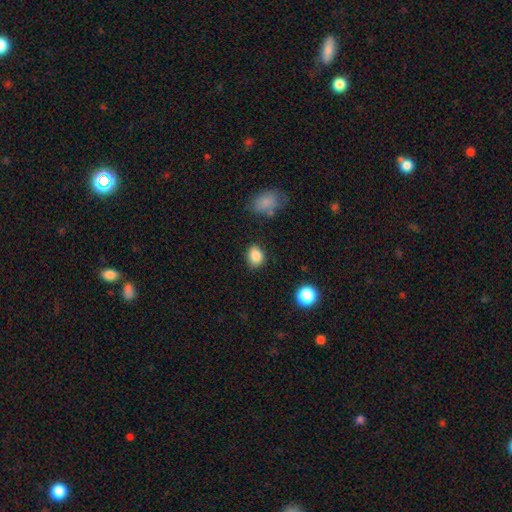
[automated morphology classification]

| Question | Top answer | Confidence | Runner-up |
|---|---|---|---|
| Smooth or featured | smooth | 86% | star or artifact (10%) |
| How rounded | round | 51% | in between (48%) |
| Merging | none | 78% | minor disturbance (16%) |